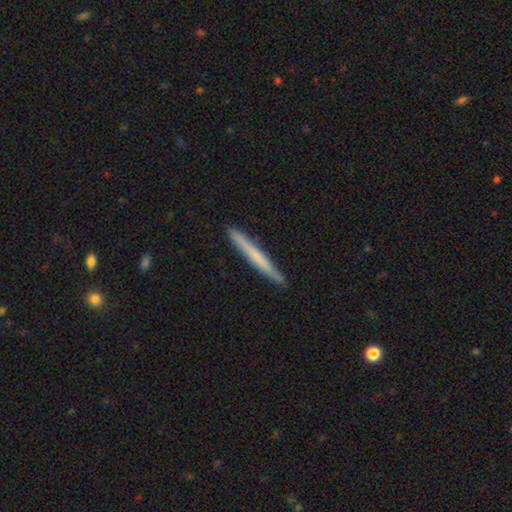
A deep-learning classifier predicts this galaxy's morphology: smooth_or_featured: smooth (p=0.58) [alt: featured or disk p=0.37]
how_rounded: cigar-shaped (p=0.97) [alt: in between p=0.02]
merging: none (p=0.91) [alt: minor disturbance p=0.06]